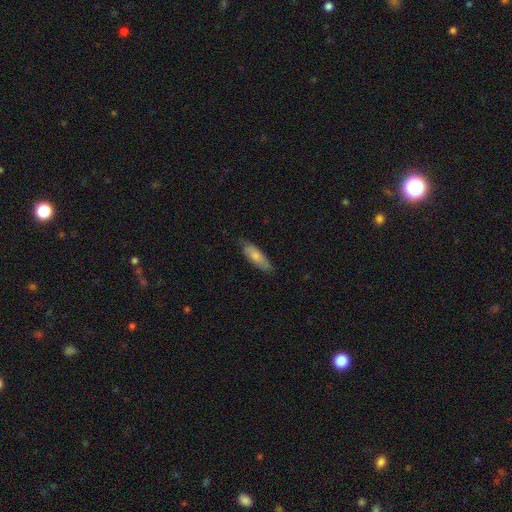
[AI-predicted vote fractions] Smooth or featured? smooth (73%)
How rounded? in between (58%)
Merging? none (75%)